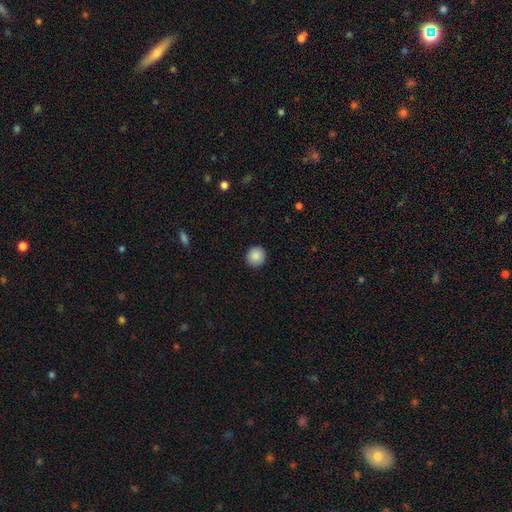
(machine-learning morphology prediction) Smooth or featured?
  - smooth: 89% *
  - star or artifact: 8%
  - featured or disk: 3%
How rounded?
  - round: 92% *
  - in between: 7%
  - cigar-shaped: 1%
Merging?
  - none: 92% *
  - minor disturbance: 5%
  - major disturbance: 2%
  - merger: 1%